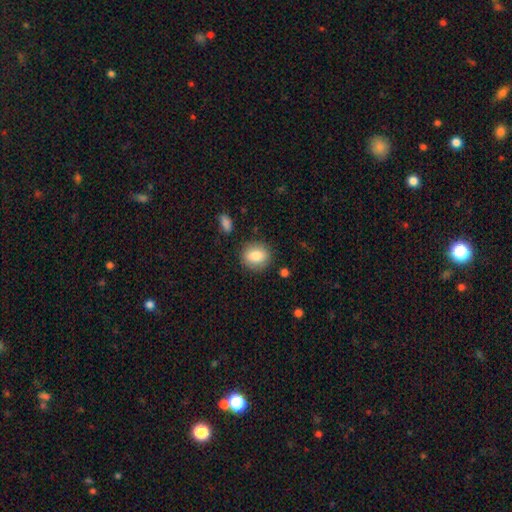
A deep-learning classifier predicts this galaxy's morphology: This appears to be a smooth galaxy with no disk features (83%) that is round (60%). Merging: none (85%).